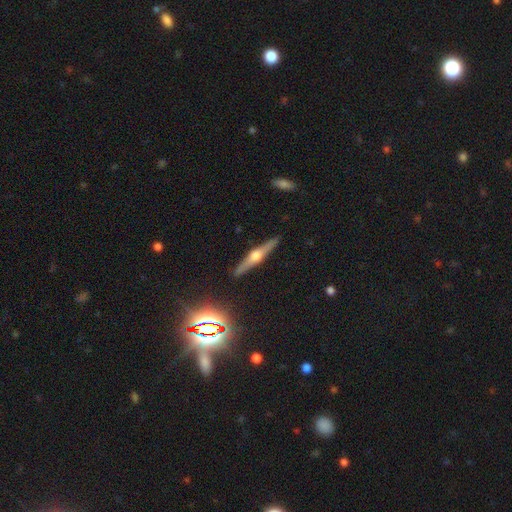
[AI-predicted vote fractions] This is likely a featured or disk galaxy (77%). It is clearly viewed edge-on (98%). Edge-on bulge: clearly rounded (94%). Merging: clearly none (91%).